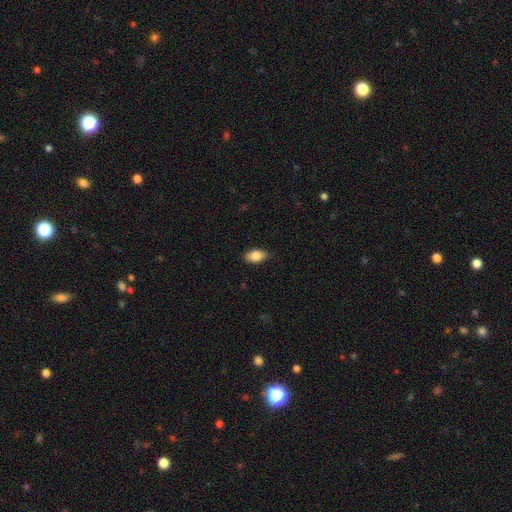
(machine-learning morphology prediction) The model was most divided on "smooth or featured": smooth: 84%, featured or disk: 9%, star or artifact: 7%. More confident: how rounded — in between (93%); merging — none (87%).